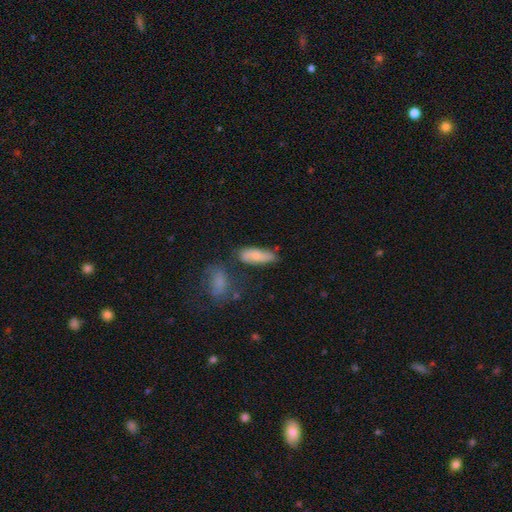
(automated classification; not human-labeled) Overall: smooth (69%). How rounded: in between (66%; cigar-shaped 31%). Merging: none (62%).